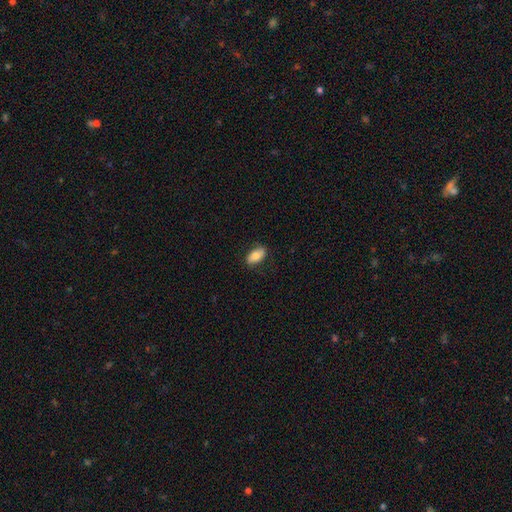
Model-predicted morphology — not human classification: Smooth or featured? smooth (77%)
How rounded? in between (91%)
Merging? none (81%)